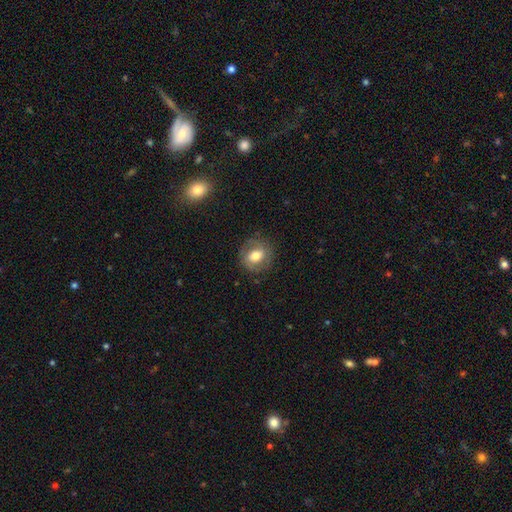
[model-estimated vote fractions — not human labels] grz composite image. It shows a smooth galaxy with no disk features (53%) that is round (71%). Merging: none (80%).